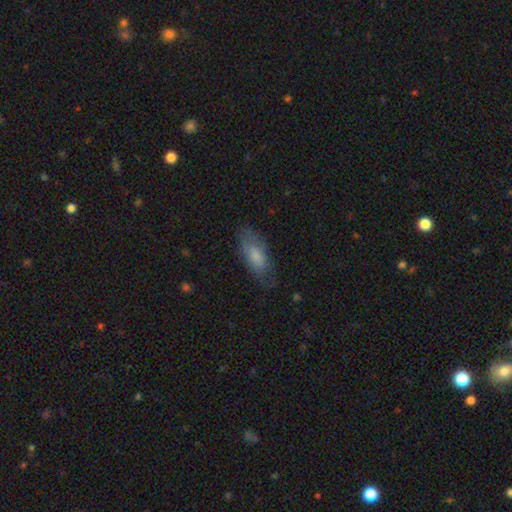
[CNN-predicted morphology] The model was most divided on "merging": none: 69%, minor disturbance: 22%, major disturbance: 8%, merger: 1%. More confident: how rounded — in between (79%); smooth or featured — smooth (74%).